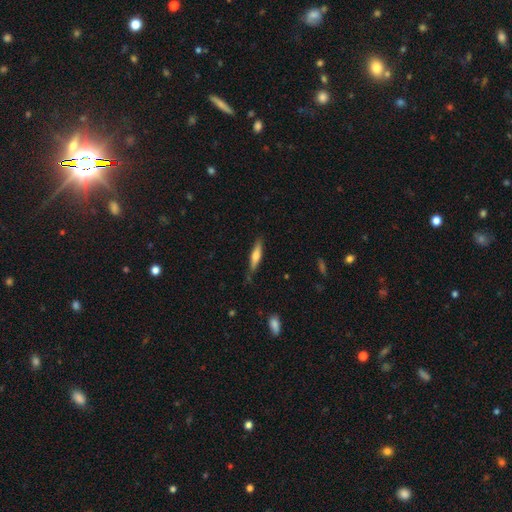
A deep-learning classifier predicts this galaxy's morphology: Q: Smooth or featured?
A: smooth (53%); runner-up: featured or disk (41%)
Q: How rounded?
A: cigar-shaped (82%); runner-up: in between (16%)
Q: Merging?
A: none (78%); runner-up: minor disturbance (17%)